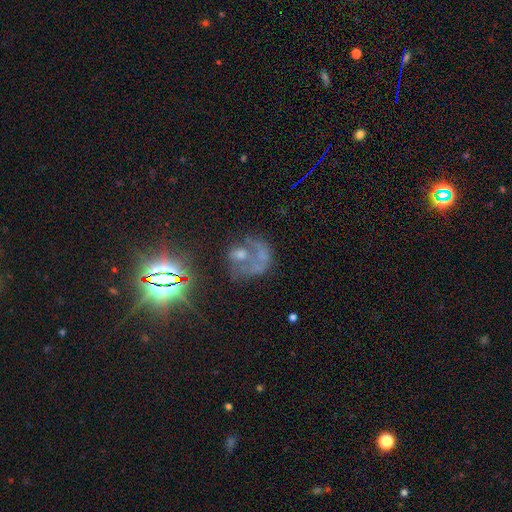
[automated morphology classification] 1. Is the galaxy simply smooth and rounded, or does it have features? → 44% featured or disk, 33% star or artifact, 23% smooth.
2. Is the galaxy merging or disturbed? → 35% none, 29% major disturbance, 21% merger, 15% minor disturbance.